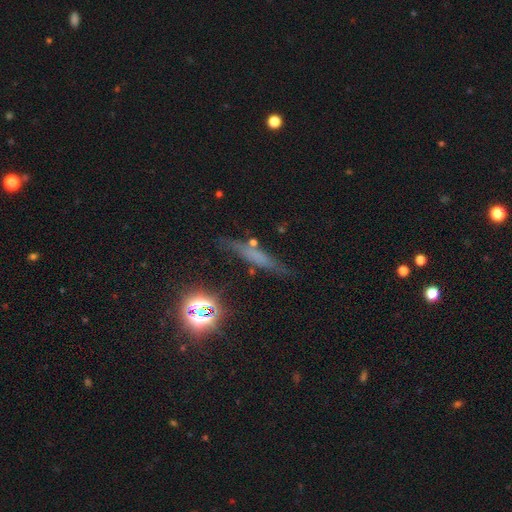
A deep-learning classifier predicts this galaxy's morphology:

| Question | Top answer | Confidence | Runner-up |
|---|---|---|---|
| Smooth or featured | smooth | 45% | featured or disk (33%) |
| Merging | none | 75% | minor disturbance (16%) |